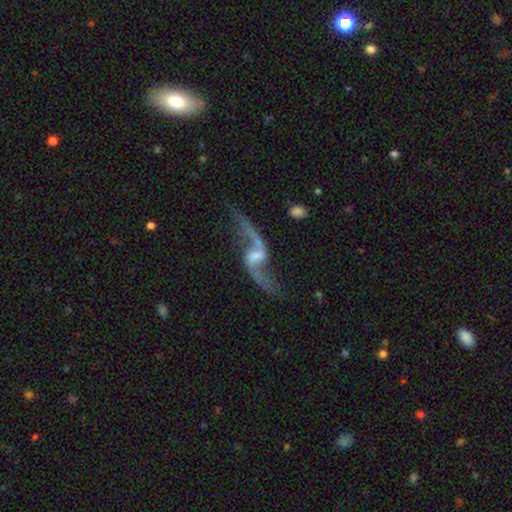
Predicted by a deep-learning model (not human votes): smooth-or-featured: featured or disk: 89% | star or artifact: 7% | smooth: 5%
  disk-edge-on: no: 90% | yes: 10%
    bar: weak: 43% | no: 39% | strong: 18%
    has-spiral-arms: yes: 94% | no: 6%
      spiral-winding: loose: 92% | medium: 6% | tight: 2%
      spiral-arm-count: 2: 94% | 1: 2% | can't tell: 1% | 3: 1% | 4: 1% | more than 4: 1%
    bulge-size: small: 52% | moderate: 28% | none: 15% | large: 4% | dominant: 2%
  merging: none: 69% | minor disturbance: 15% | major disturbance: 11% | merger: 5%